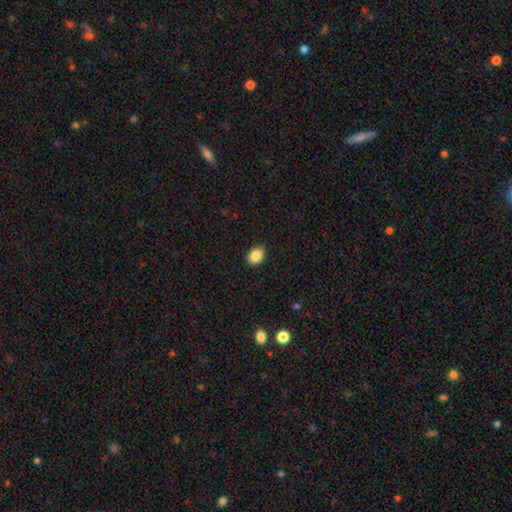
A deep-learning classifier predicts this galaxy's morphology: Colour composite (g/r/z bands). It shows a smooth galaxy with no disk features (86%) that is in between round and cigar-shaped (56%). Merging: none (77%).